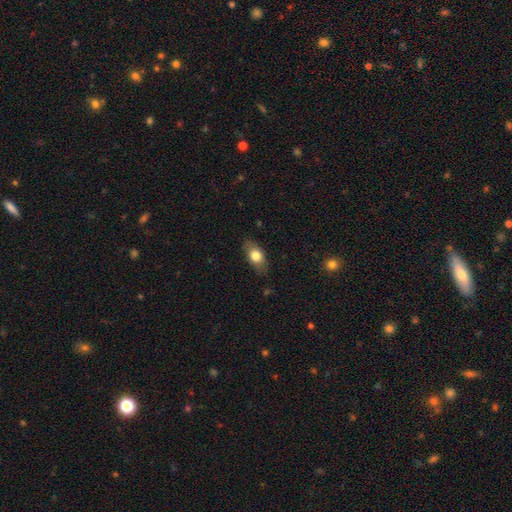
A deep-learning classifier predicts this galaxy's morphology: A smooth galaxy with no disk features (74%) that is in between round and cigar-shaped (82%).

Vote fractions:
- Smooth or featured? smooth: 74% / featured or disk: 19% / star or artifact: 7%
- How rounded? in between: 82% / round: 9% / cigar-shaped: 8%
- Merging? none: 81% / minor disturbance: 15% / major disturbance: 3% / merger: 1%